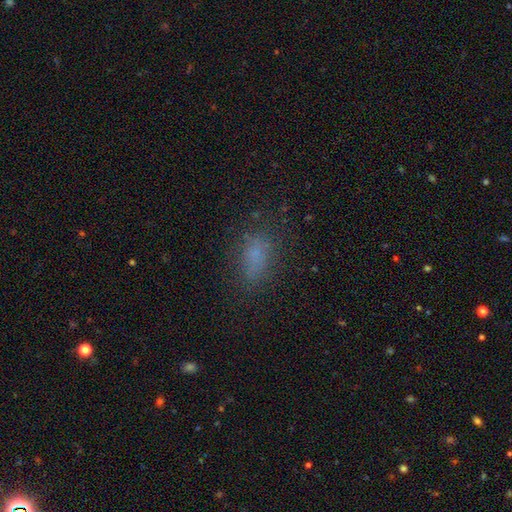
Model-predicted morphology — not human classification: A smooth galaxy with no disk features (71%) that is in between round and cigar-shaped (83%).

Vote fractions:
- Smooth or featured? smooth: 71% / star or artifact: 17% / featured or disk: 12%
- How rounded? in between: 83% / round: 10% / cigar-shaped: 7%
- Merging? none: 68% / minor disturbance: 19% / major disturbance: 12% / merger: 2%